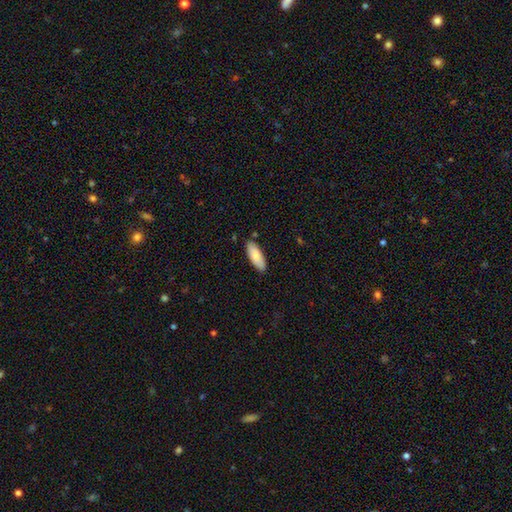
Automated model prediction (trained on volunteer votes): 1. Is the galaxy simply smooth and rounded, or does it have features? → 83% smooth, 12% featured or disk, 6% star or artifact.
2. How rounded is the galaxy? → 74% in between, 24% cigar-shaped, 2% round.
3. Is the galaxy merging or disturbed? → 86% none, 11% minor disturbance, 2% major disturbance, 2% merger.